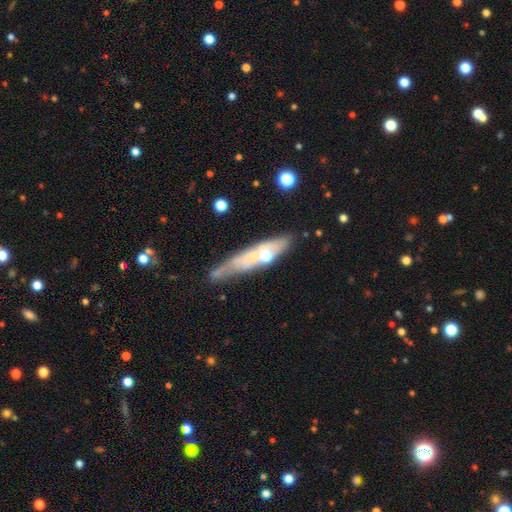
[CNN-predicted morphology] smooth-or-featured: featured or disk: 53% | smooth: 38% | star or artifact: 9%
  disk-edge-on: yes: 62% | no: 38%
  merging: none: 58% | minor disturbance: 23% | merger: 11% | major disturbance: 8%